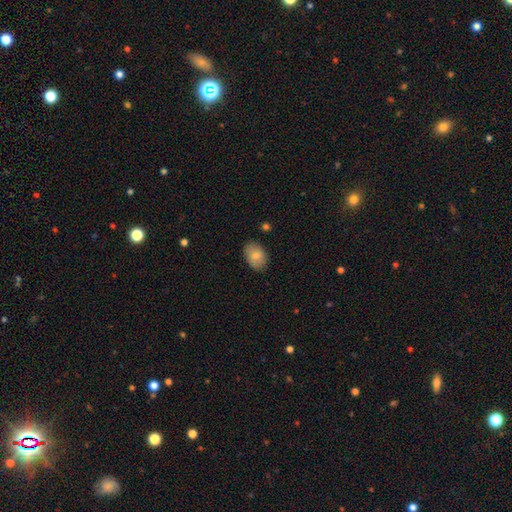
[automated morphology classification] This appears to be a smooth galaxy with no disk features (81%) that is in between round and cigar-shaped (83%). Merging: none (83%).